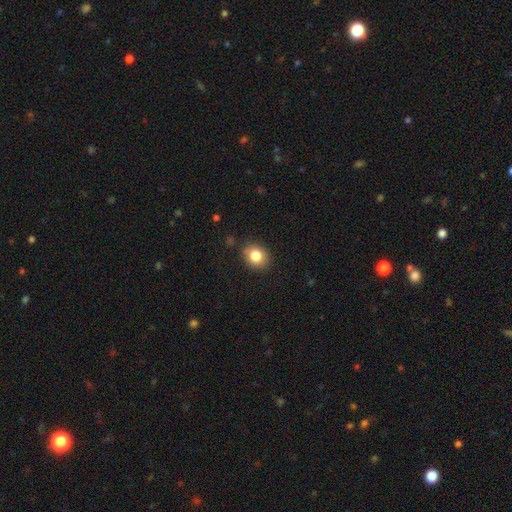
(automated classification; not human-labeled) Smooth or featured? Predicted: smooth (p=0.82). How rounded? Predicted: round (p=0.60). Merging? Predicted: none (p=0.84).